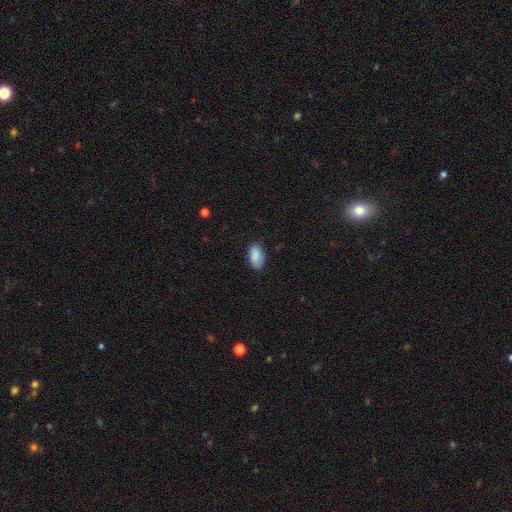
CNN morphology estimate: A smooth galaxy with no disk features (88%) that is in between round and cigar-shaped (93%).

Vote fractions:
- Smooth or featured? smooth: 88% / star or artifact: 7% / featured or disk: 5%
- How rounded? in between: 93% / round: 5% / cigar-shaped: 2%
- Merging? none: 82% / minor disturbance: 14% / major disturbance: 3% / merger: 1%